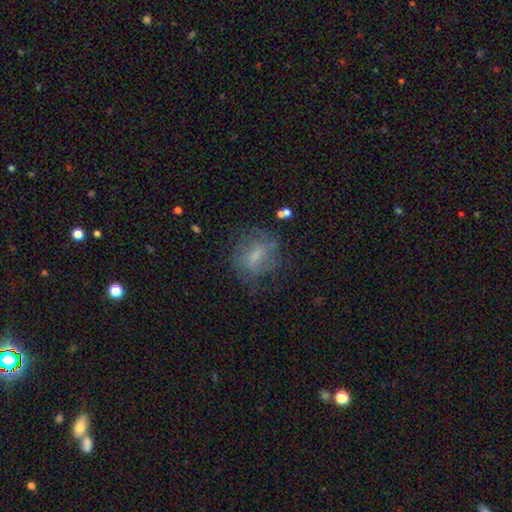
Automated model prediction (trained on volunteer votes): smooth-or-featured: smooth: 54% | featured or disk: 35% | star or artifact: 11%
  how-rounded: round: 51% | in between: 46% | cigar-shaped: 4%
  merging: none: 59% | minor disturbance: 23% | major disturbance: 16% | merger: 3%